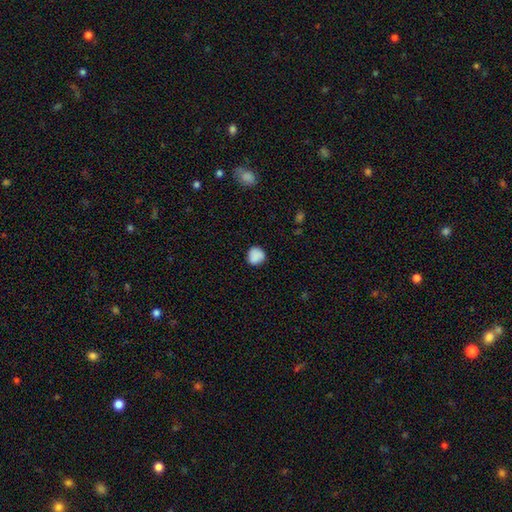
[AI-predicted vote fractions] Overall: smooth (85%). How rounded: round (85%). Merging: none (79%).